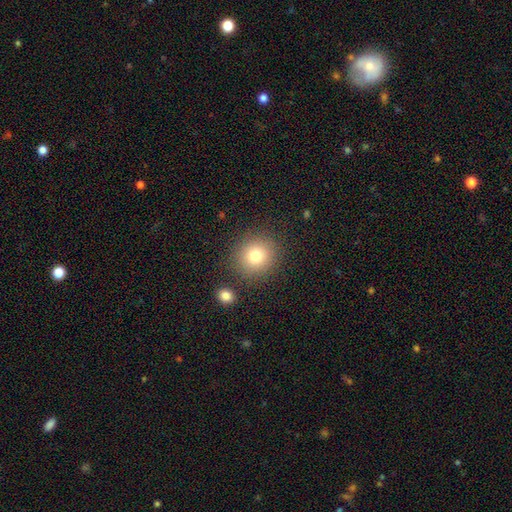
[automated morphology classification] Smooth or featured: smooth — 77% (star or artifact — 13%)
How rounded: round — 90% (in between — 9%)
Merging: none — 86% (minor disturbance — 7%)